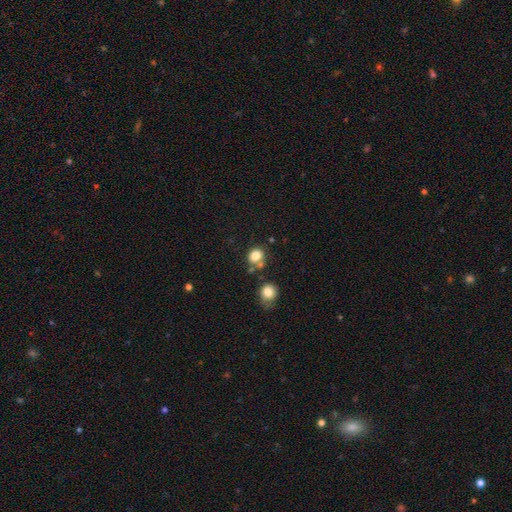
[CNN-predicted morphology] Smooth or featured: smooth — 82% (star or artifact — 11%)
How rounded: round — 70% (in between — 29%)
Merging: none — 62% (merger — 18%)